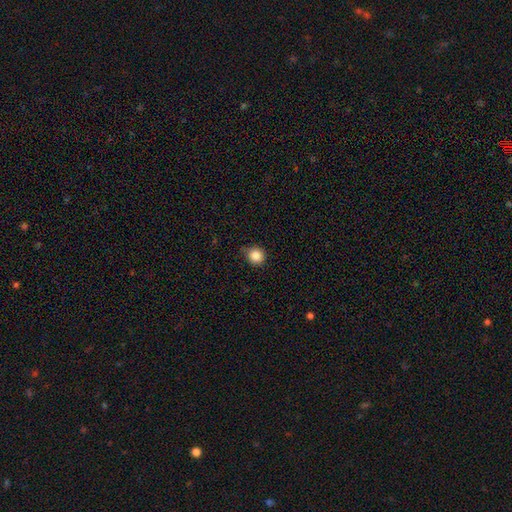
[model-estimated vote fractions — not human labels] A smooth galaxy with no disk features (86%) that is round (91%).

Vote fractions:
- Smooth or featured? smooth: 86% / star or artifact: 10% / featured or disk: 3%
- How rounded? round: 91% / in between: 8% / cigar-shaped: 1%
- Merging? none: 79% / minor disturbance: 17% / major disturbance: 3% / merger: 1%